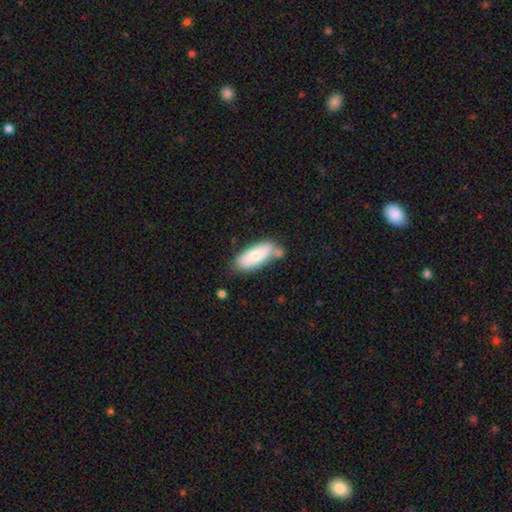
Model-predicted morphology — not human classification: type=smooth (72%); roundness=in between (78%); merging=none (60%).